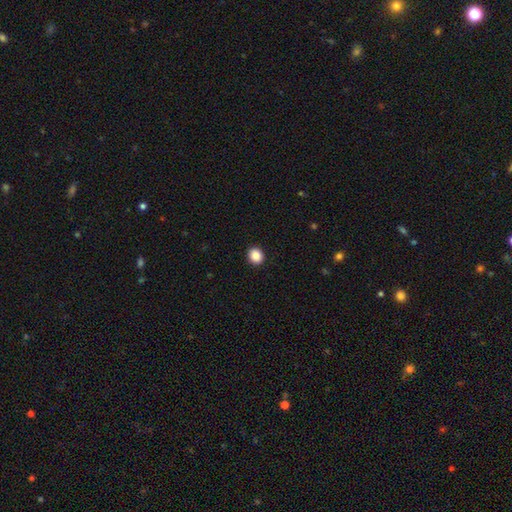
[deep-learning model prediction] Smooth or featured: smooth — 89% (star or artifact — 9%)
How rounded: round — 75% (in between — 24%)
Merging: none — 92% (minor disturbance — 6%)